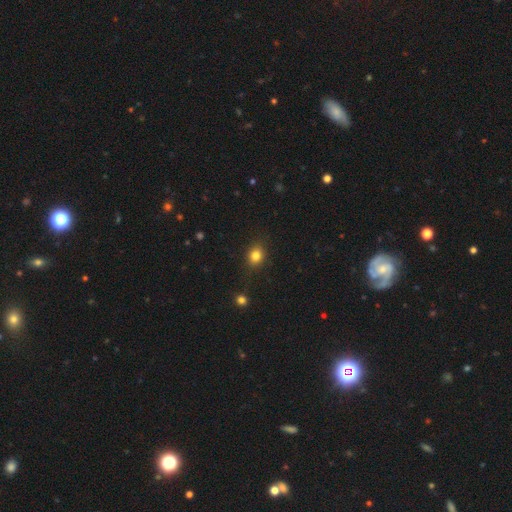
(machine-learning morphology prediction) Overall: smooth (82%). How rounded: round (62%; in between 37%). Merging: none (85%).